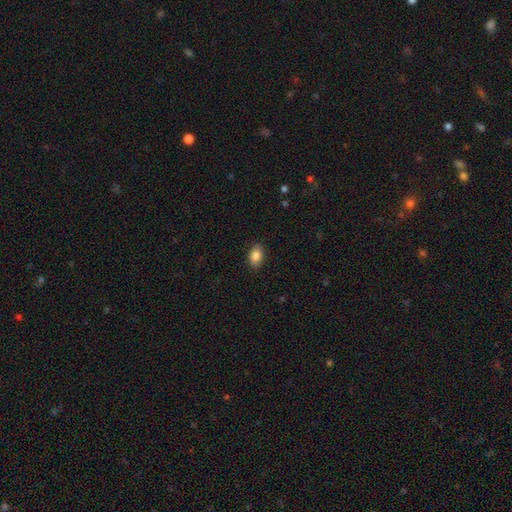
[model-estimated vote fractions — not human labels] Smooth or featured? smooth (86%)
How rounded? in between (86%)
Merging? none (88%)